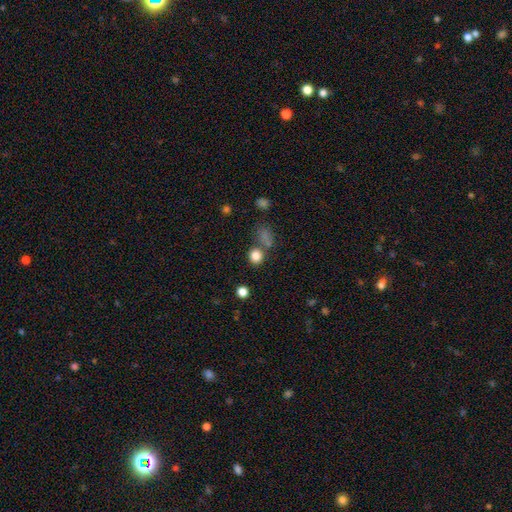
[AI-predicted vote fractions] This appears to be a smooth galaxy with no disk features (81%) that is round (84%). Merging: none (70%).